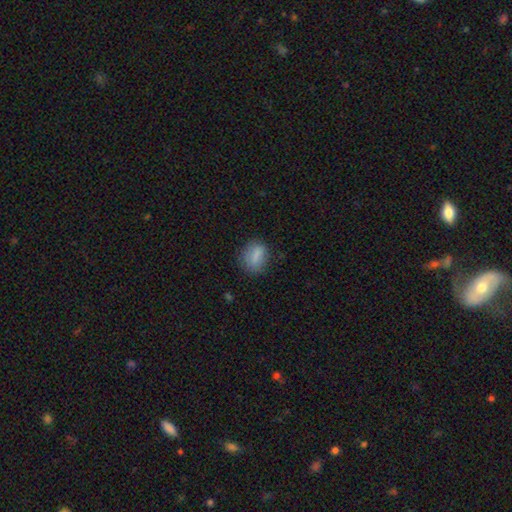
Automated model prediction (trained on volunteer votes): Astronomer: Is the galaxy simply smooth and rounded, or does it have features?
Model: smooth — 80%.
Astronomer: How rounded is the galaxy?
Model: in between — 62%.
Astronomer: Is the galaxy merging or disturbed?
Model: none — 75%.